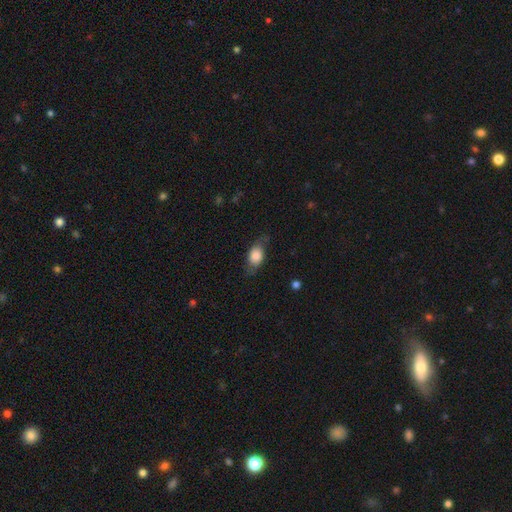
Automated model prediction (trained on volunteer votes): A smooth galaxy with no disk features (75%) that is in between round and cigar-shaped (81%).

Vote fractions:
- Smooth or featured? smooth: 75% / featured or disk: 18% / star or artifact: 7%
- How rounded? in between: 81% / round: 13% / cigar-shaped: 6%
- Merging? none: 69% / minor disturbance: 21% / major disturbance: 8% / merger: 1%